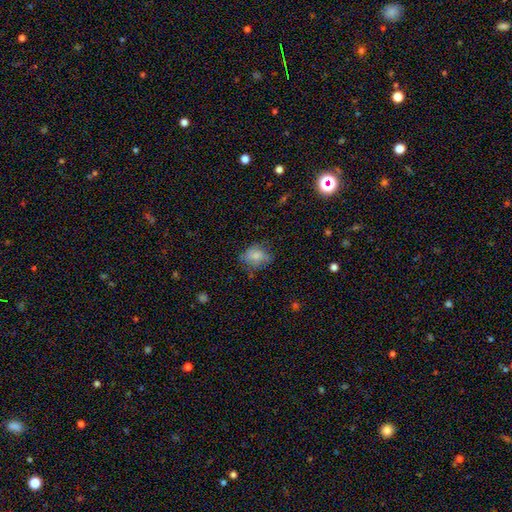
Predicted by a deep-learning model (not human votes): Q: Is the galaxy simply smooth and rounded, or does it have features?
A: smooth — 76%.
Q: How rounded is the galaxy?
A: round — 50%.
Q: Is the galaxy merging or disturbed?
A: none — 61%.